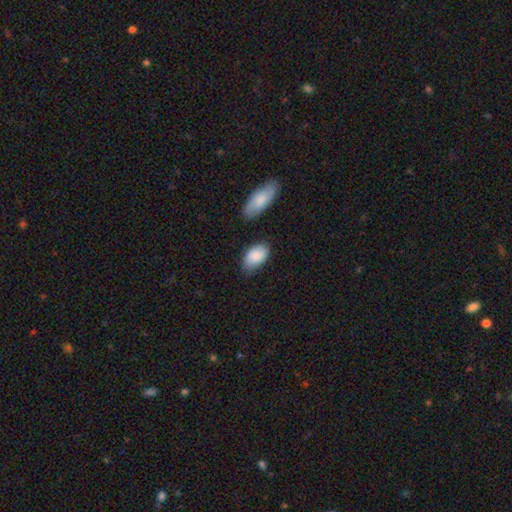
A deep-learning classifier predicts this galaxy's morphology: smooth 86%, featured or disk 8%, star or artifact 6%. Down the decision tree: how rounded — in between (91%); merging — none (64%).